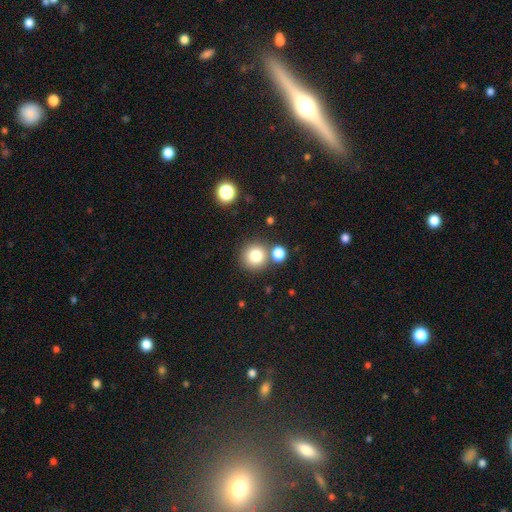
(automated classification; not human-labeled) This appears to be a smooth galaxy with no disk features (80%) that is round (93%). Merging: none (74%).